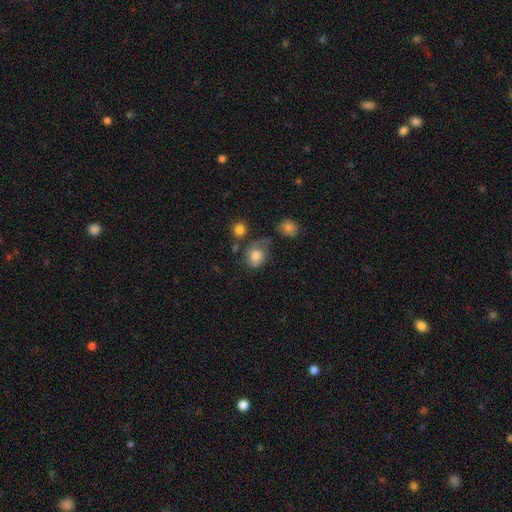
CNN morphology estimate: Smooth or featured? smooth (77%)
How rounded? round (58%)
Merging? none (40%)